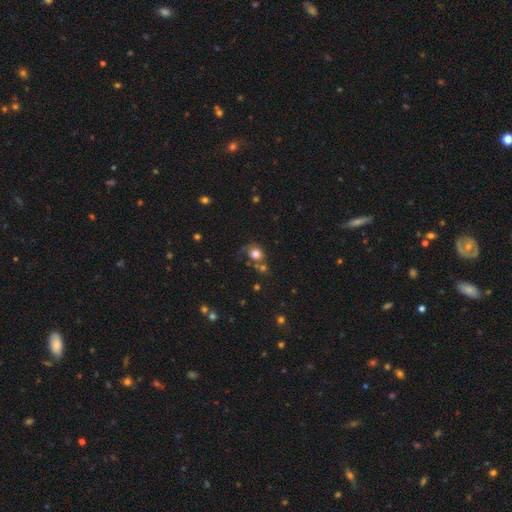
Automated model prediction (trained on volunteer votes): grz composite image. It shows a smooth galaxy with no disk features (56%) that is round (72%). Merging: none (54%).